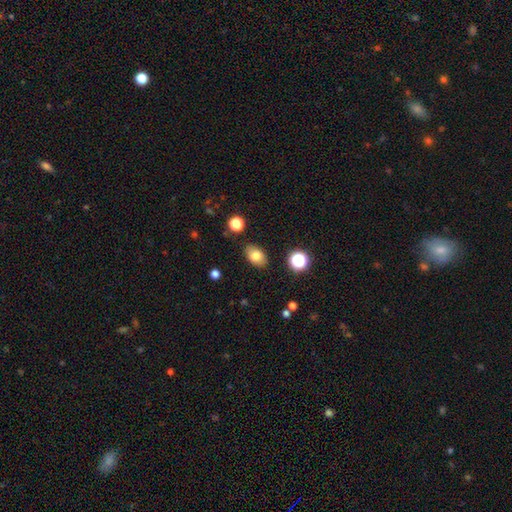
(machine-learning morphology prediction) Overall: smooth (79%). How rounded: in between (84%). Merging: none (85%).